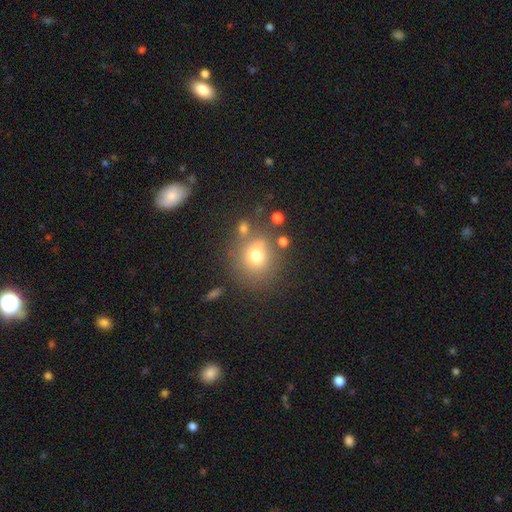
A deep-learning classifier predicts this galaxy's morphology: Smooth or featured? smooth (70%)
How rounded? round (80%)
Merging? none (65%)